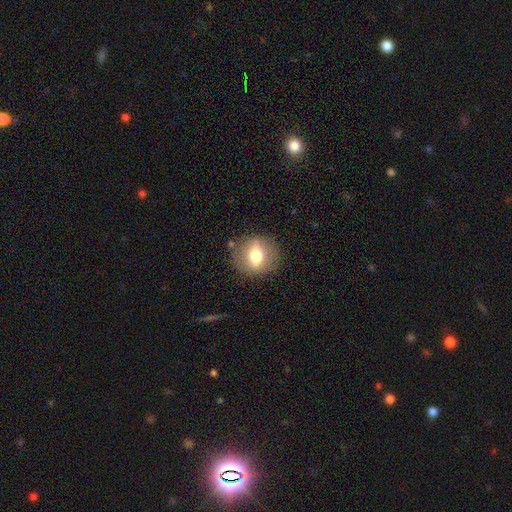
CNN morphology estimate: smooth_or_featured: smooth (p=0.61) [alt: featured or disk p=0.30]
how_rounded: round (p=0.76) [alt: in between p=0.23]
merging: none (p=0.84) [alt: minor disturbance p=0.10]